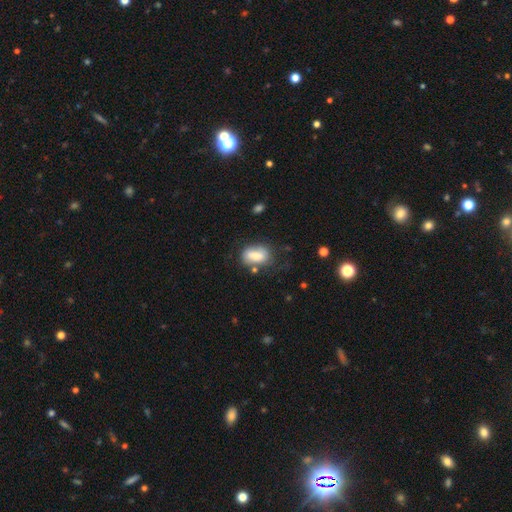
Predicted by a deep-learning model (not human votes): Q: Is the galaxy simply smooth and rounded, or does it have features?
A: smooth — 74%.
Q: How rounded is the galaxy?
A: in between — 85%.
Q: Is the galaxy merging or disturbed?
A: none — 55%.